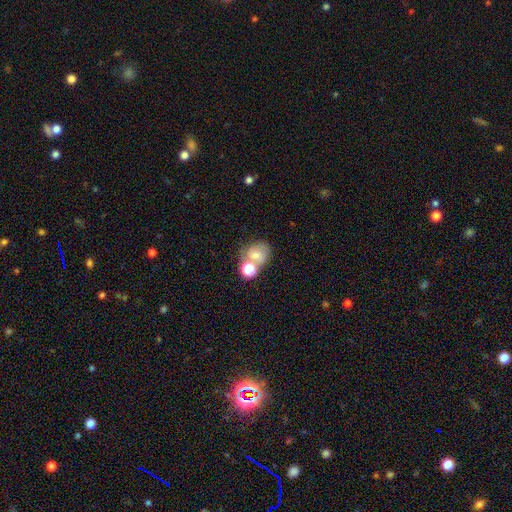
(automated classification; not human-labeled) Smooth or featured? smooth (56%)
How rounded? round (61%)
Merging? merger (42%)